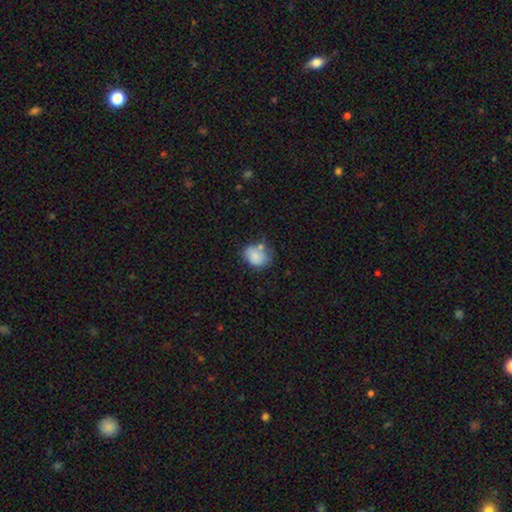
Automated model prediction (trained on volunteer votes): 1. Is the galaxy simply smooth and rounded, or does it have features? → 82% smooth, 9% featured or disk, 9% star or artifact.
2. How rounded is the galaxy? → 60% in between, 39% round, 1% cigar-shaped.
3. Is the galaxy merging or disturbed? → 56% none, 25% minor disturbance, 12% merger, 7% major disturbance.